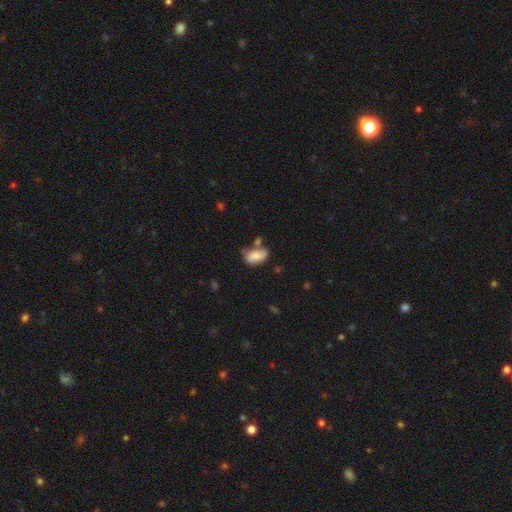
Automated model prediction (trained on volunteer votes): The model was most divided on "merging": none: 40%, minor disturbance: 28%, merger: 21%, major disturbance: 11%. More confident: how rounded — in between (91%); smooth or featured — smooth (77%).